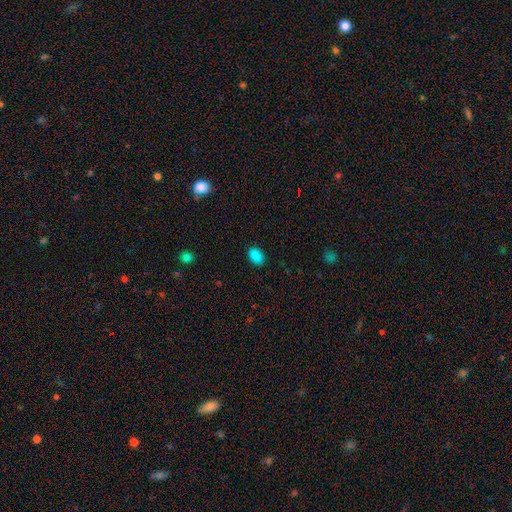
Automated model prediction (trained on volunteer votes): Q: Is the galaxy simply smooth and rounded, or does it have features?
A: smooth — 86%.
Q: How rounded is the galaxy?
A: in between — 85%.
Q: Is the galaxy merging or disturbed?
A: none — 88%.